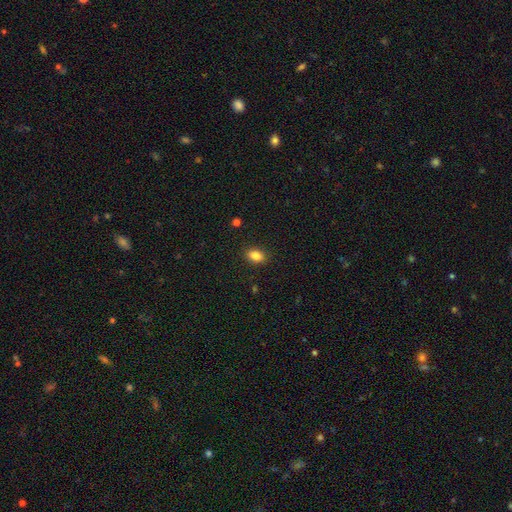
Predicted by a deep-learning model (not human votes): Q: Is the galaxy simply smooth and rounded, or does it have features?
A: smooth — 85%.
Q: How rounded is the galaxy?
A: in between — 82%.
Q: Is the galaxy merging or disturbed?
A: none — 88%.